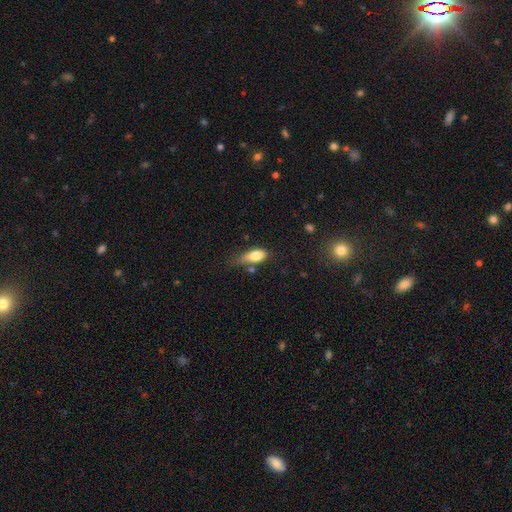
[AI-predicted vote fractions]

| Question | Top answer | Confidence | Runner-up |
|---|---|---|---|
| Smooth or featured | smooth | 79% | featured or disk (13%) |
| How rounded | in between | 81% | cigar-shaped (13%) |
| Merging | minor disturbance | 38% | none (34%) |